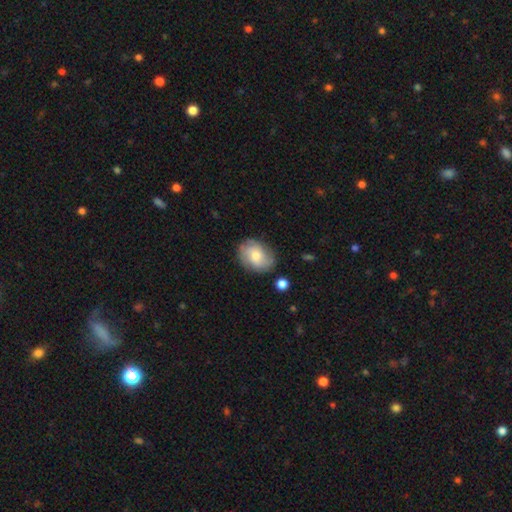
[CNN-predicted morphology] Smooth or featured? Predicted: smooth (p=0.56). How rounded? Predicted: in between (p=0.62). Merging? Predicted: none (p=0.74).